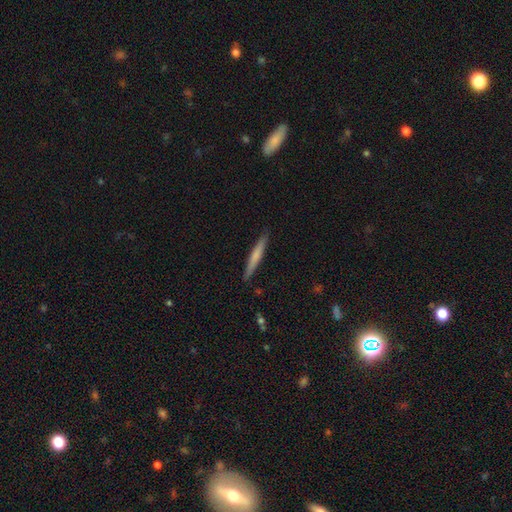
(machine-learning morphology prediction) Smooth or featured?
  - smooth: 62% *
  - featured or disk: 32%
  - star or artifact: 5%
How rounded?
  - cigar-shaped: 96% *
  - in between: 3%
  - round: 1%
Merging?
  - none: 90% *
  - minor disturbance: 7%
  - major disturbance: 1%
  - merger: 1%